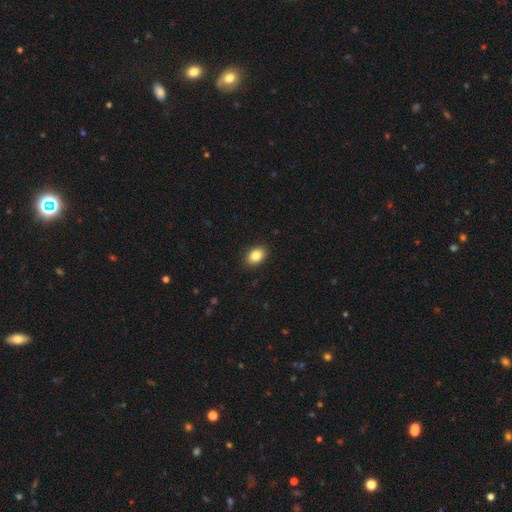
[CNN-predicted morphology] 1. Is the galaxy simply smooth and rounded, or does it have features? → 86% smooth, 8% star or artifact, 6% featured or disk.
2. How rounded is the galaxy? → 81% in between, 18% round, 1% cigar-shaped.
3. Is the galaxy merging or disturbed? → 90% none, 7% minor disturbance, 2% major disturbance, 1% merger.